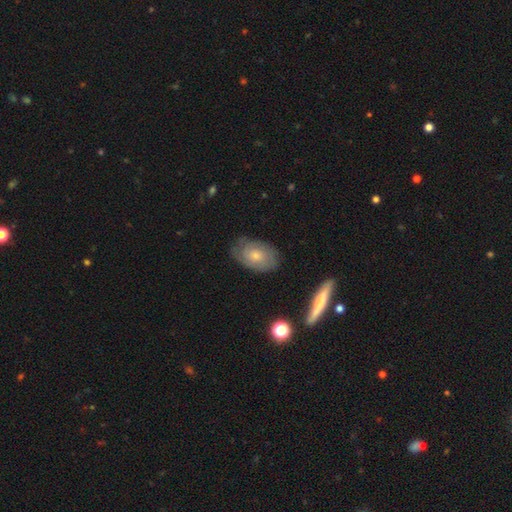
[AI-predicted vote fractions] smooth_or_featured: featured or disk (p=0.54) [alt: smooth p=0.39]
disk_edge_on: no (p=0.94) [alt: yes p=0.06]
bar: no (p=0.81) [alt: weak p=0.17]
has_spiral_arms: yes (p=0.79) [alt: no p=0.21]
bulge_size: small (p=0.57) [alt: moderate p=0.35]
merging: none (p=0.72) [alt: minor disturbance p=0.20]